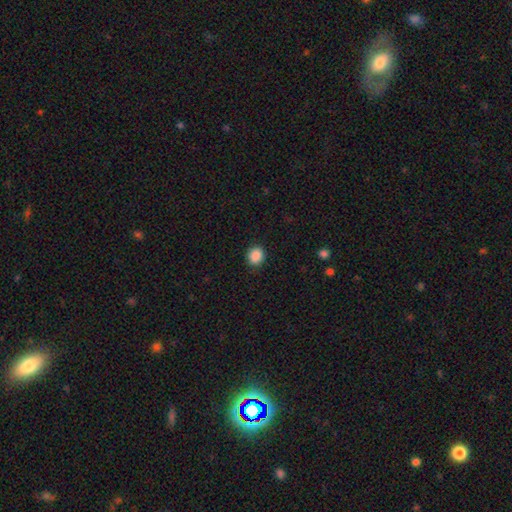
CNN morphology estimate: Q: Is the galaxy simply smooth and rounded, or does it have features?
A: smooth — 89%.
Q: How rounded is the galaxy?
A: round — 78%.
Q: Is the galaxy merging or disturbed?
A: none — 90%.